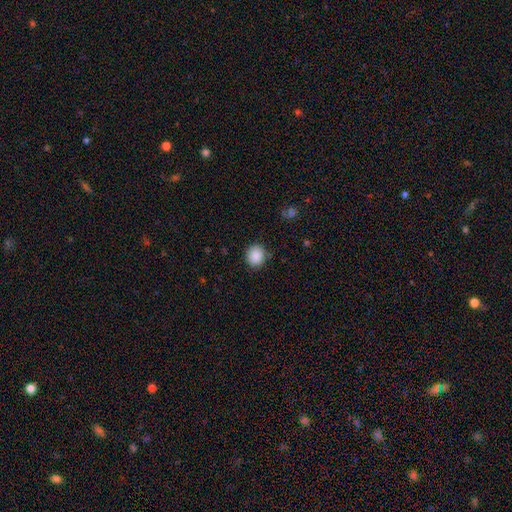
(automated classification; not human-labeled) Smooth or featured: smooth — 88% (star or artifact — 9%)
How rounded: round — 80% (in between — 19%)
Merging: none — 86% (minor disturbance — 10%)